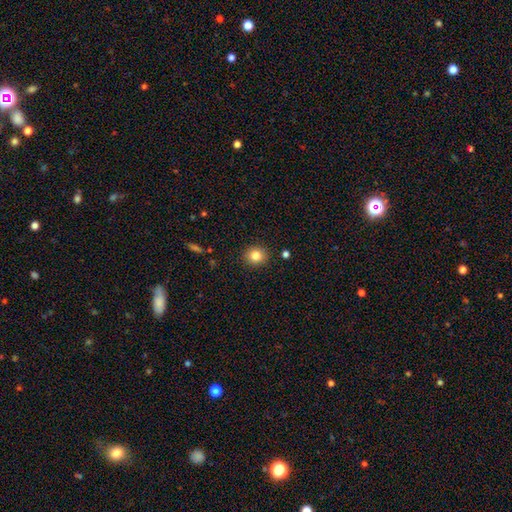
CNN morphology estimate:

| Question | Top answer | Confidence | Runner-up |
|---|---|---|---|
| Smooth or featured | smooth | 82% | star or artifact (11%) |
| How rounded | round | 85% | in between (14%) |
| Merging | none | 91% | minor disturbance (6%) |